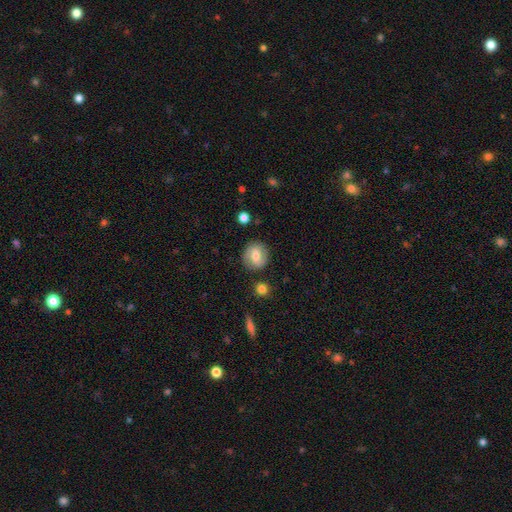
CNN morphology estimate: Smooth or featured?
  - smooth: 58% *
  - featured or disk: 34%
  - star or artifact: 8%
How rounded?
  - round: 82% *
  - in between: 17%
  - cigar-shaped: 1%
Merging?
  - none: 83% *
  - minor disturbance: 11%
  - major disturbance: 3%
  - merger: 3%